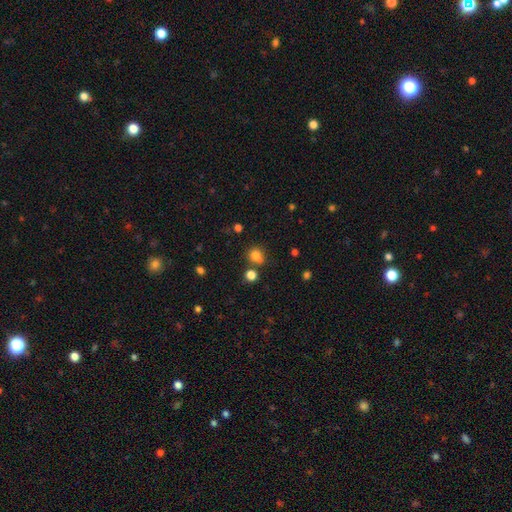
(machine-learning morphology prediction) The model was most divided on "how rounded": round: 74%, in between: 25%, cigar-shaped: 1%. More confident: smooth or featured — smooth (79%); merging — none (67%).